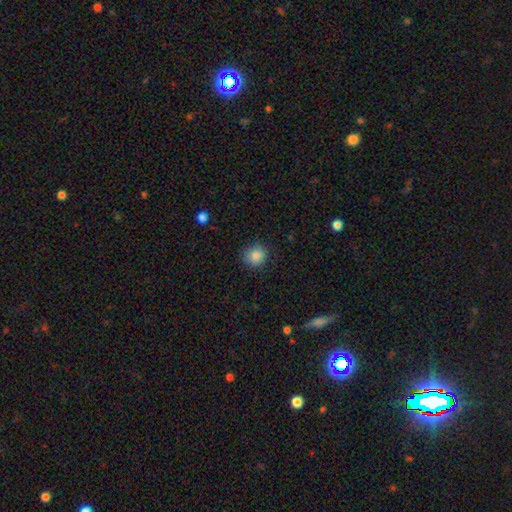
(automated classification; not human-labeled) Smooth or featured: smooth — 86% (star or artifact — 10%)
How rounded: round — 84% (in between — 15%)
Merging: none — 87% (minor disturbance — 9%)